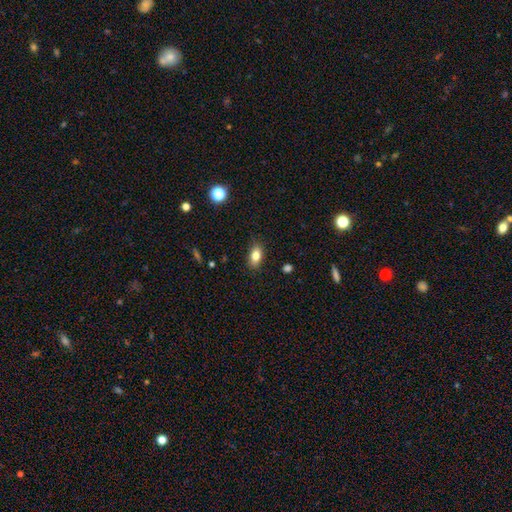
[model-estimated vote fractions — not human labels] Smooth or featured? smooth (81%)
How rounded? in between (86%)
Merging? none (85%)